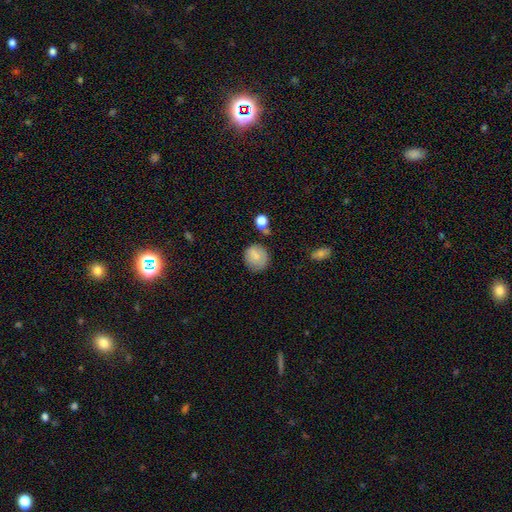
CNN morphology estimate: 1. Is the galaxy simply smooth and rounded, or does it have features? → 79% smooth, 13% featured or disk, 9% star or artifact.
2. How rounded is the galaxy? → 77% round, 22% in between, 1% cigar-shaped.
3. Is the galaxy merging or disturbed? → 67% none, 20% minor disturbance, 6% merger, 6% major disturbance.